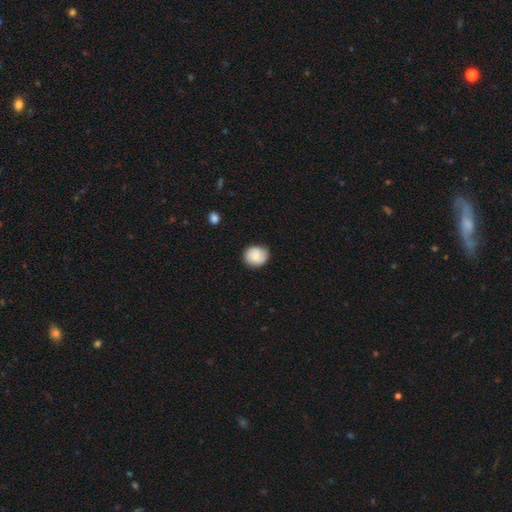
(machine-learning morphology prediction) Smooth or featured? Predicted: smooth (p=0.73). How rounded? Predicted: round (p=0.72). Merging? Predicted: none (p=0.80).